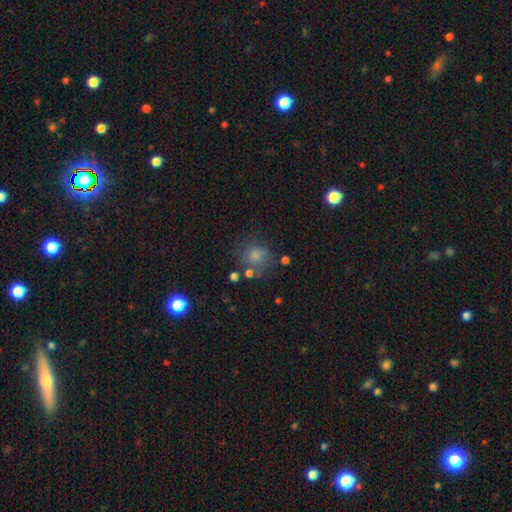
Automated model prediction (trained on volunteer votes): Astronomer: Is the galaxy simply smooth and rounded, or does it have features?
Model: smooth — 77%.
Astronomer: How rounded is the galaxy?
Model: round — 83%.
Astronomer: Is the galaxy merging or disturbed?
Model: none — 66%.